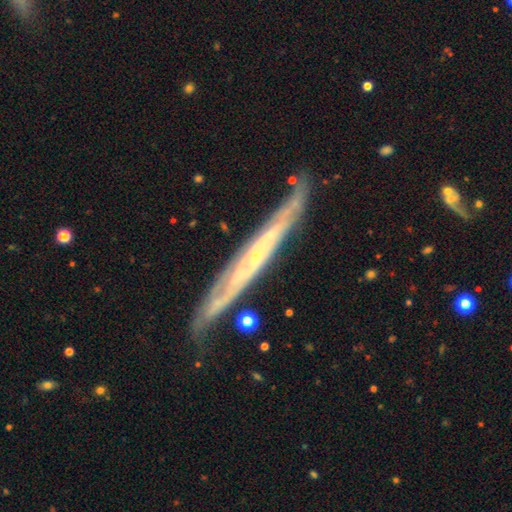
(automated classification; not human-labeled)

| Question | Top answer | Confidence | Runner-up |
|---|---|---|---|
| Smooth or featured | featured or disk | 78% | smooth (16%) |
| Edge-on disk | yes | 80% | no (20%) |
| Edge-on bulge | none | 62% | rounded (34%) |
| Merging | none | 77% | minor disturbance (17%) |